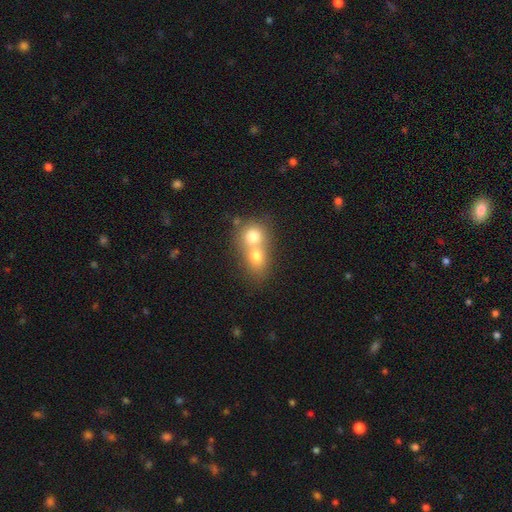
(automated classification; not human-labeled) This is likely a smooth galaxy (71%). How rounded: likely round (61%). Merging: likely merger (70%).